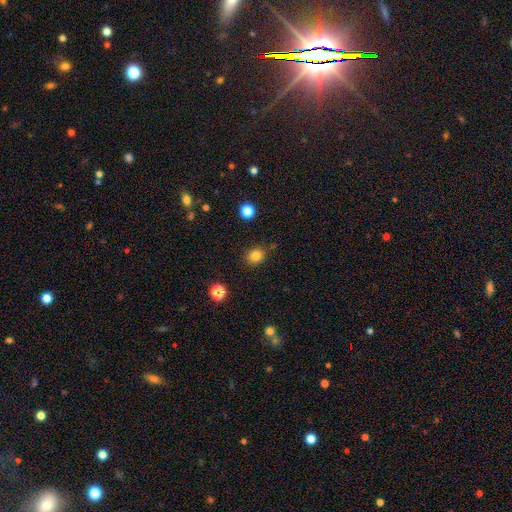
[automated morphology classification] Q: Smooth or featured?
A: smooth (82%); runner-up: star or artifact (13%)
Q: How rounded?
A: round (71%); runner-up: in between (29%)
Q: Merging?
A: none (82%); runner-up: minor disturbance (12%)